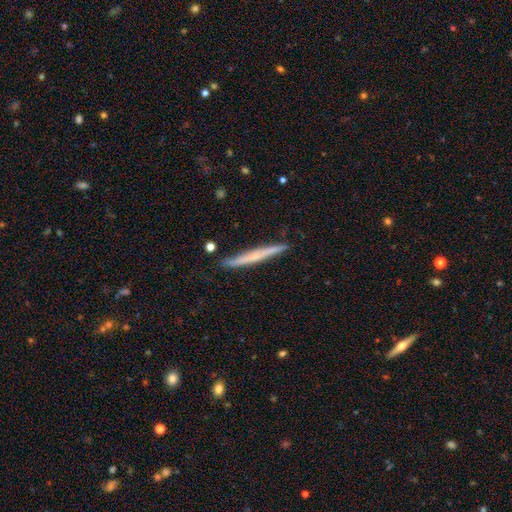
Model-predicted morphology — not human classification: This is possibly a featured or disk galaxy (48%). Merging: clearly none (89%).